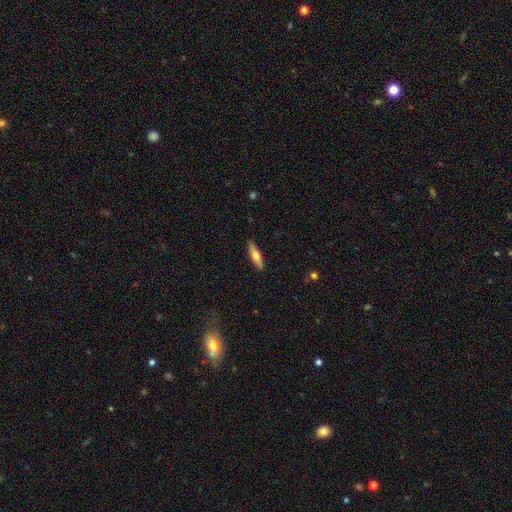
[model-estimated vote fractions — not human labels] Smooth or featured? Predicted: smooth (p=0.57). How rounded? Predicted: cigar-shaped (p=0.70). Merging? Predicted: none (p=0.90).